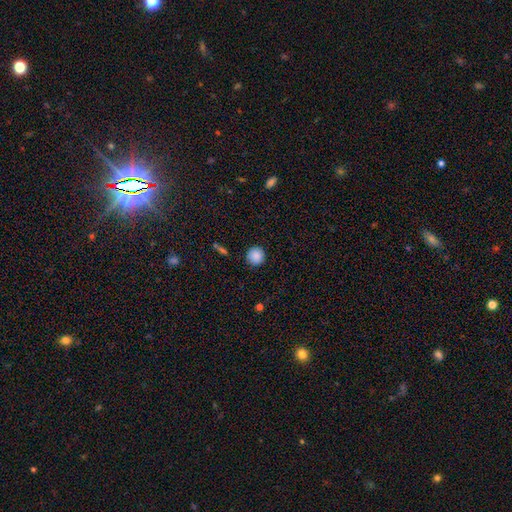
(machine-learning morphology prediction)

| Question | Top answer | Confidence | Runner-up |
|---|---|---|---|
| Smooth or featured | smooth | 87% | star or artifact (9%) |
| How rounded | round | 94% | in between (5%) |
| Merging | none | 90% | minor disturbance (7%) |